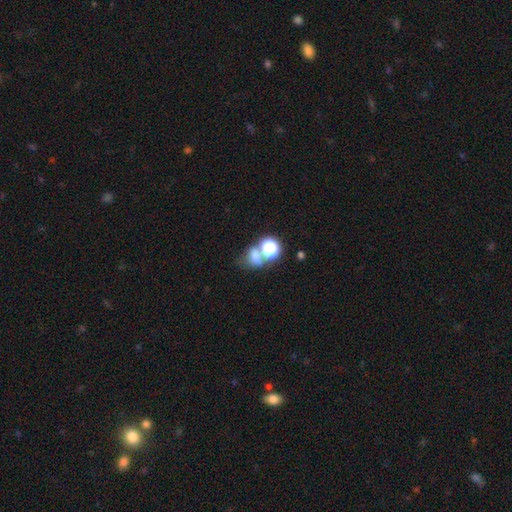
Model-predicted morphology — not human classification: Smooth or featured: smooth — 63% (star or artifact — 24%)
How rounded: round — 55% (in between — 44%)
Merging: none — 39% (tied with merger — 39%)